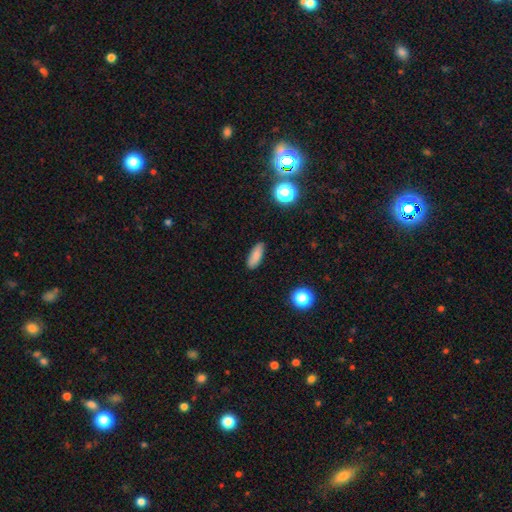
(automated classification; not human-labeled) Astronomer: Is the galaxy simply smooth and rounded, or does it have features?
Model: smooth — 84%.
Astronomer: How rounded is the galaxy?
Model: in between — 65%.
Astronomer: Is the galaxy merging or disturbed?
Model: none — 86%.